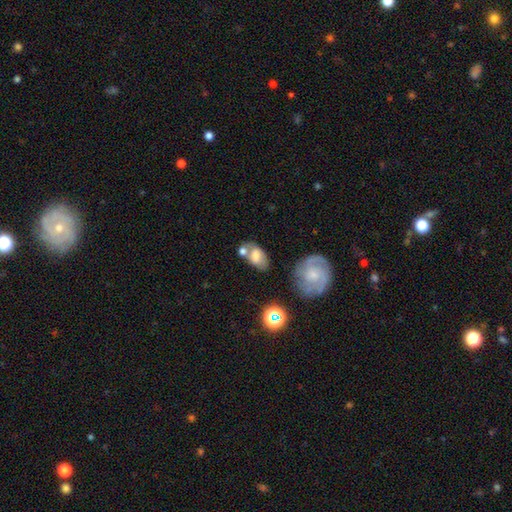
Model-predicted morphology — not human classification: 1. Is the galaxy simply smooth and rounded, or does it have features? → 65% smooth, 26% featured or disk, 9% star or artifact.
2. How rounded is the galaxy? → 87% in between, 11% round, 2% cigar-shaped.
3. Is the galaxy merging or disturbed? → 47% none, 27% merger, 18% minor disturbance, 7% major disturbance.